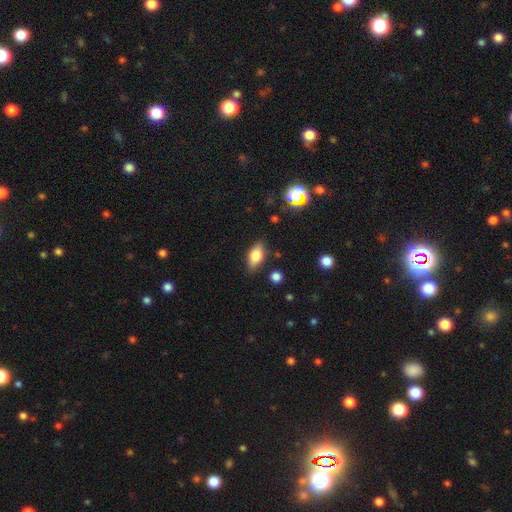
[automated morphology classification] Smooth or featured? Predicted: smooth (p=0.71). How rounded? Predicted: in between (p=0.84). Merging? Predicted: none (p=0.82).